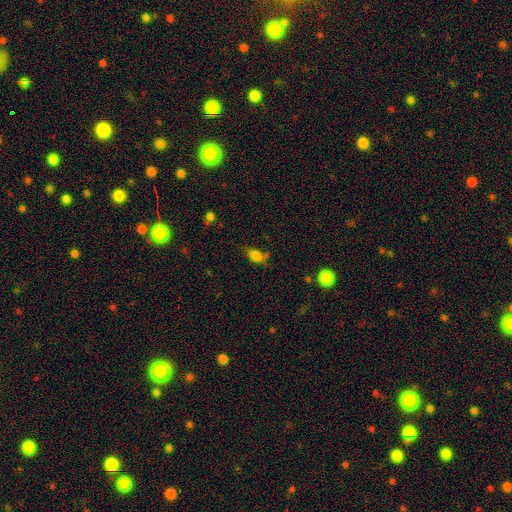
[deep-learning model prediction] Overall: smooth (77%). How rounded: in between (83%). Merging: none (47%; minor disturbance 31%).